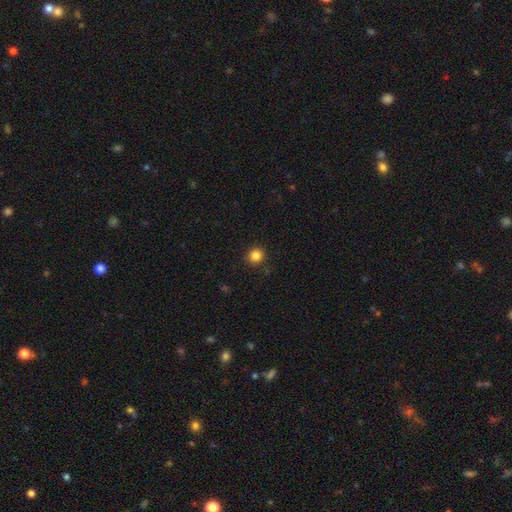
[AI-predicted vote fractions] Q: Smooth or featured?
A: smooth (84%); runner-up: star or artifact (12%)
Q: How rounded?
A: round (89%); runner-up: in between (10%)
Q: Merging?
A: none (90%); runner-up: minor disturbance (7%)